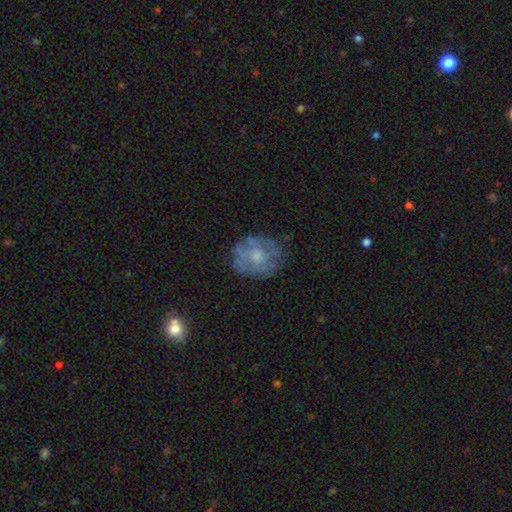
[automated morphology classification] smooth_or_featured: featured or disk (p=0.48) [alt: smooth p=0.43]
merging: none (p=0.67) [alt: minor disturbance p=0.21]